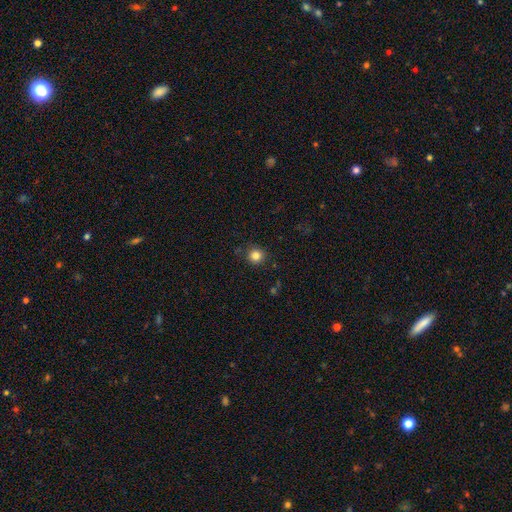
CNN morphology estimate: A smooth galaxy with no disk features (83%) that is round (94%).

Vote fractions:
- Smooth or featured? smooth: 83% / star or artifact: 12% / featured or disk: 5%
- How rounded? round: 94% / in between: 5% / cigar-shaped: 1%
- Merging? none: 89% / minor disturbance: 7% / major disturbance: 2% / merger: 1%